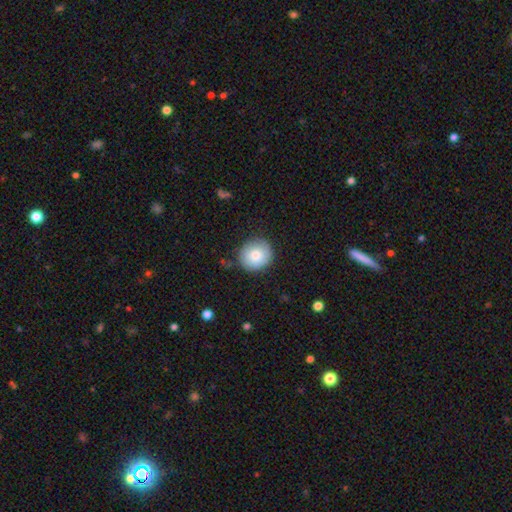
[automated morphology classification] smooth 79%, featured or disk 13%, star or artifact 7%. Down the decision tree: how rounded — round (90%); merging — none (83%).